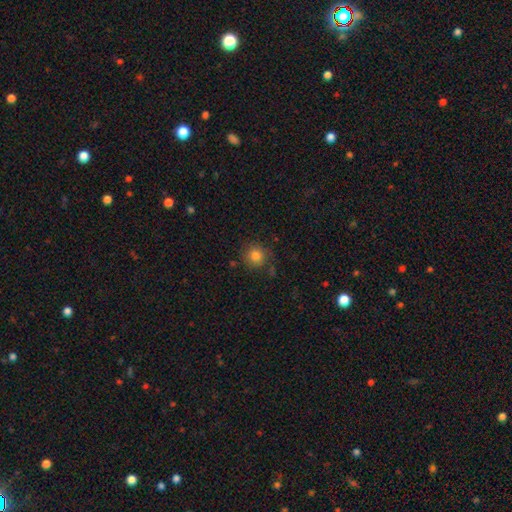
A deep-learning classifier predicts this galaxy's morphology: smooth-or-featured: smooth: 81% | star or artifact: 13% | featured or disk: 6%
  how-rounded: round: 93% | in between: 7% | cigar-shaped: 1%
  merging: none: 84% | minor disturbance: 10% | major disturbance: 3% | merger: 3%